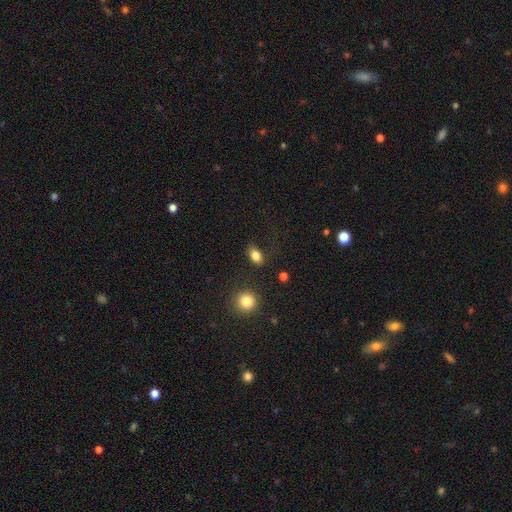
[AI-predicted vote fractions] Q: Smooth or featured?
A: smooth (83%); runner-up: star or artifact (10%)
Q: How rounded?
A: in between (80%); runner-up: round (16%)
Q: Merging?
A: none (79%); runner-up: minor disturbance (14%)